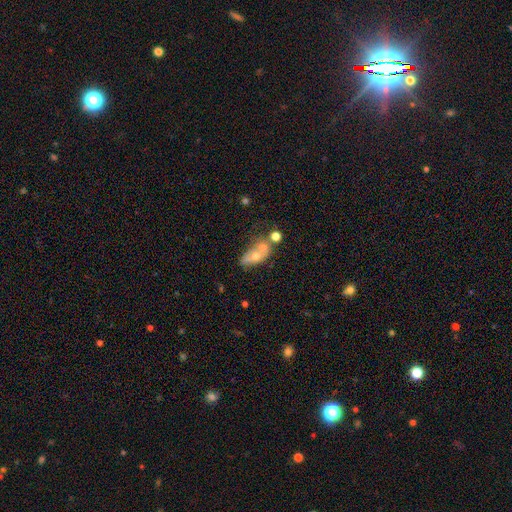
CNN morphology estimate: A smooth galaxy with no disk features (46%). Merging: merger (39%).